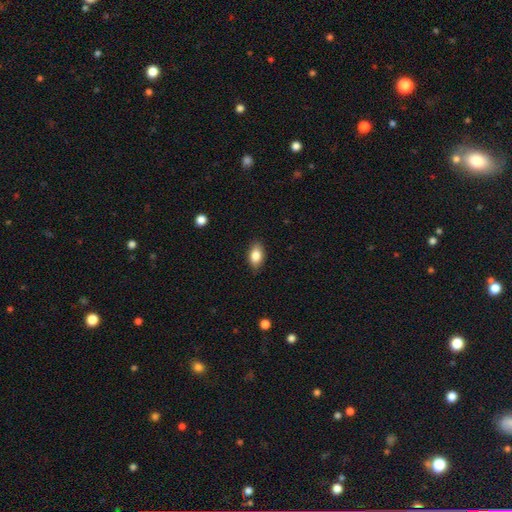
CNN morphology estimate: Smooth or featured? smooth (84%)
How rounded? in between (89%)
Merging? none (86%)